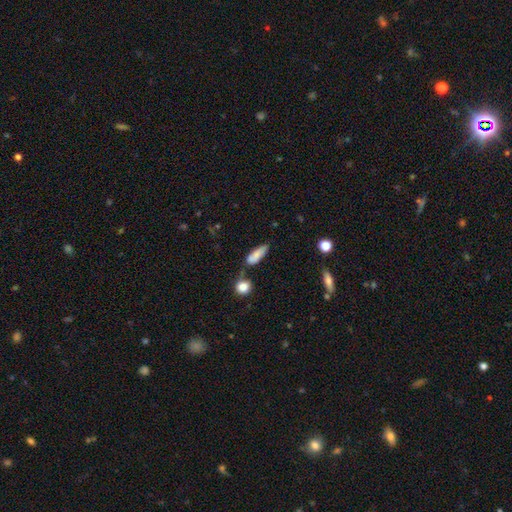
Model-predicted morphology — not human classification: A smooth galaxy with no disk features (78%) that is in between round and cigar-shaped (61%).

Vote fractions:
- Smooth or featured? smooth: 78% / featured or disk: 14% / star or artifact: 8%
- How rounded? in between: 61% / cigar-shaped: 36% / round: 4%
- Merging? none: 49% / minor disturbance: 24% / merger: 19% / major disturbance: 8%